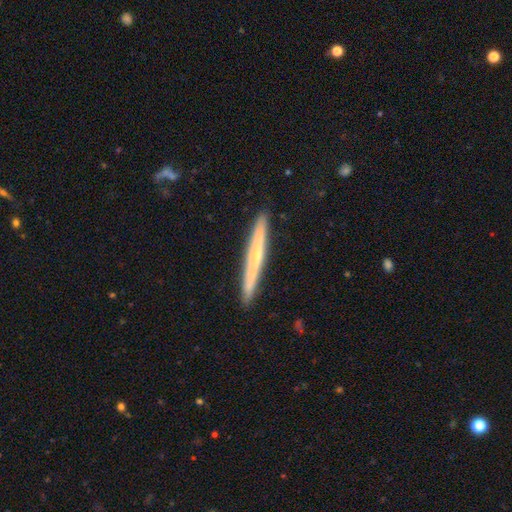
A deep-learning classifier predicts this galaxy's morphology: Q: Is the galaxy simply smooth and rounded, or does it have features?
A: featured or disk — 54%.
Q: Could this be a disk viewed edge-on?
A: yes — 95%.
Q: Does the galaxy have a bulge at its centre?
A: none — 52%.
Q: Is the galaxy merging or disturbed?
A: none — 91%.